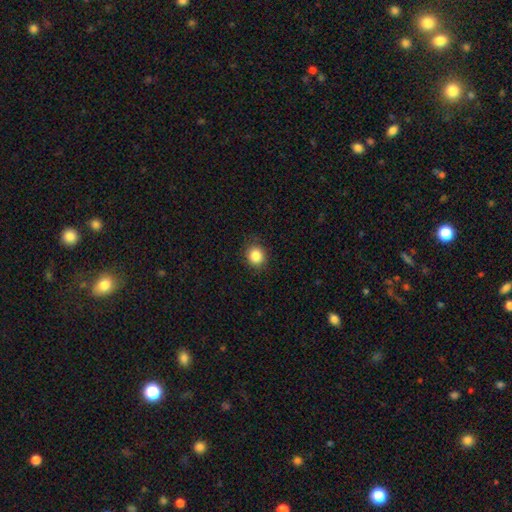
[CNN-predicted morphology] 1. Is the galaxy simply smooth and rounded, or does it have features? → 86% smooth, 10% star or artifact, 4% featured or disk.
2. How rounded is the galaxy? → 84% round, 15% in between, 1% cigar-shaped.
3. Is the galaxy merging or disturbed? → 88% none, 9% minor disturbance, 2% major disturbance, 1% merger.